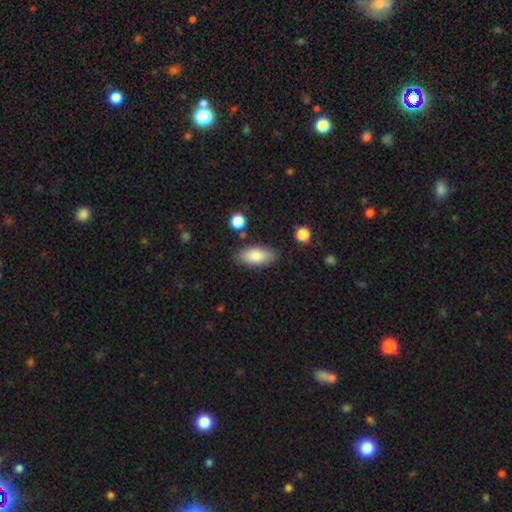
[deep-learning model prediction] The model was most divided on "merging": none: 84%, minor disturbance: 11%, merger: 3%, major disturbance: 3%. More confident: how rounded — in between (88%); smooth or featured — smooth (84%).